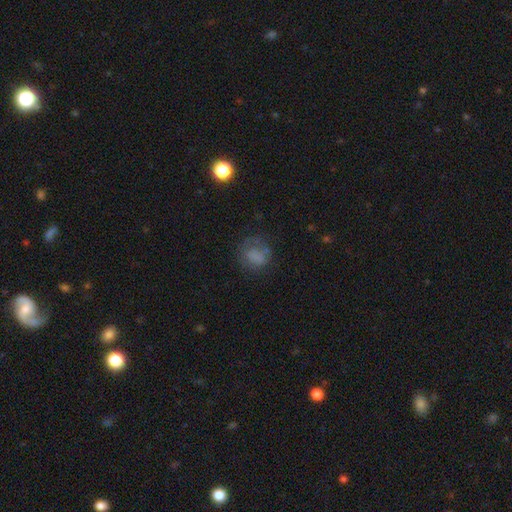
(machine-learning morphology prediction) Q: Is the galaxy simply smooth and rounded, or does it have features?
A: smooth — 65%.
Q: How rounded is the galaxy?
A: round — 66%.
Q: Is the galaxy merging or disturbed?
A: none — 51%.